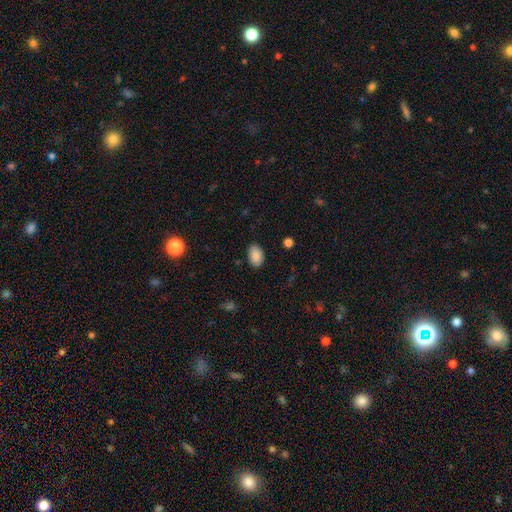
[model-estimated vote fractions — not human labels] A smooth galaxy with no disk features (88%) that is in between round and cigar-shaped (88%). Merging: none (87%).